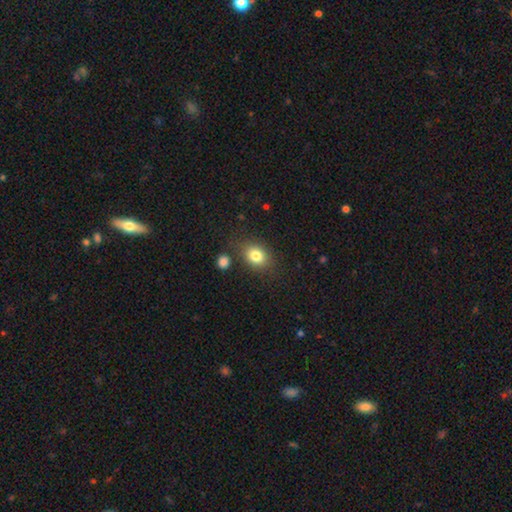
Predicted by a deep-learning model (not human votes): Morphology: type=smooth (81%); roundness=in between (62%); merging=none (77%).